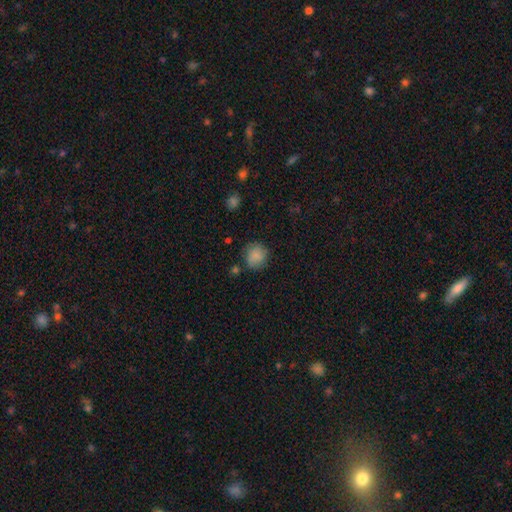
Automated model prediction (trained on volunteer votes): smooth-or-featured: smooth: 85% | star or artifact: 9% | featured or disk: 7%
  how-rounded: round: 83% | in between: 16% | cigar-shaped: 1%
  merging: none: 77% | minor disturbance: 16% | major disturbance: 4% | merger: 3%